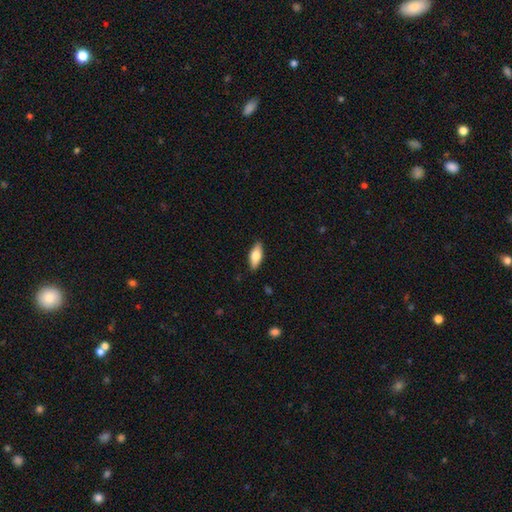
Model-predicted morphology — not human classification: A smooth galaxy with no disk features (71%) that is in between round and cigar-shaped (78%). Merging: none (88%).